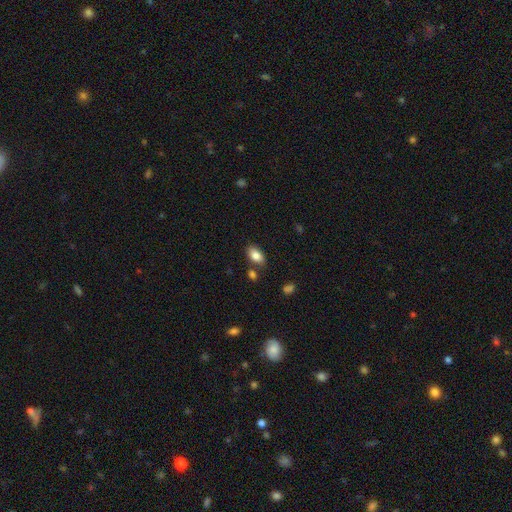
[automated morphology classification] smooth_or_featured: smooth (p=0.84) [alt: featured or disk p=0.09]
how_rounded: in between (p=0.92) [alt: round p=0.06]
merging: none (p=0.76) [alt: minor disturbance p=0.13]